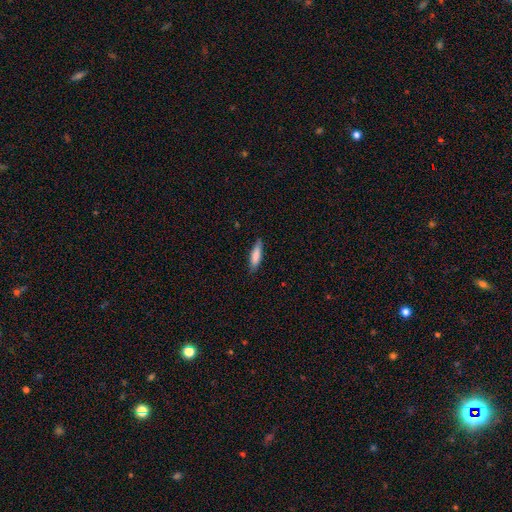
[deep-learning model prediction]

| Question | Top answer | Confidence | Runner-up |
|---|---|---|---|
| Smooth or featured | smooth | 79% | featured or disk (15%) |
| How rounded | cigar-shaped | 66% | in between (32%) |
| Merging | none | 83% | minor disturbance (14%) |